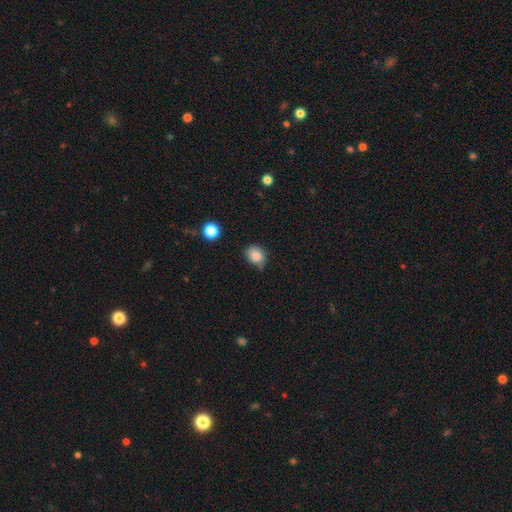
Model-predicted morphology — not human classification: Overall: smooth (84%). How rounded: round (54%; in between 45%). Merging: none (66%; minor disturbance 26%).